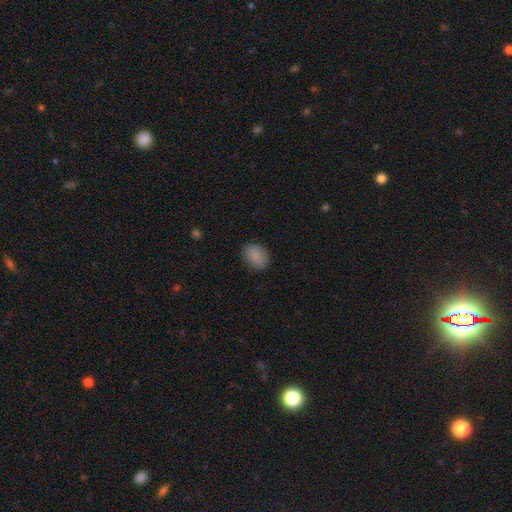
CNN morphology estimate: Q: Smooth or featured?
A: smooth (86%); runner-up: star or artifact (8%)
Q: How rounded?
A: in between (66%); runner-up: round (32%)
Q: Merging?
A: none (85%); runner-up: minor disturbance (11%)